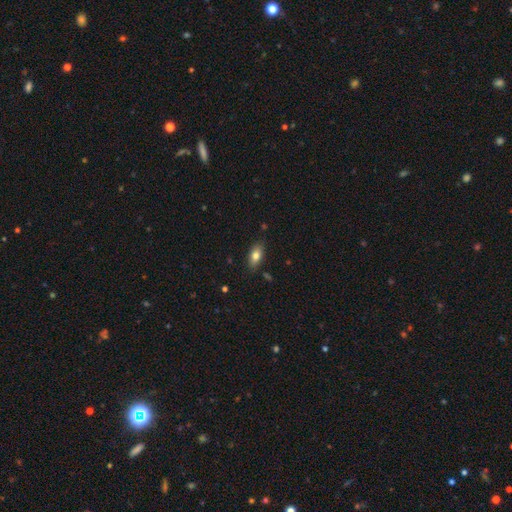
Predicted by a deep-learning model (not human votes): Smooth or featured? Predicted: smooth (p=0.78). How rounded? Predicted: in between (p=0.87). Merging? Predicted: none (p=0.84).